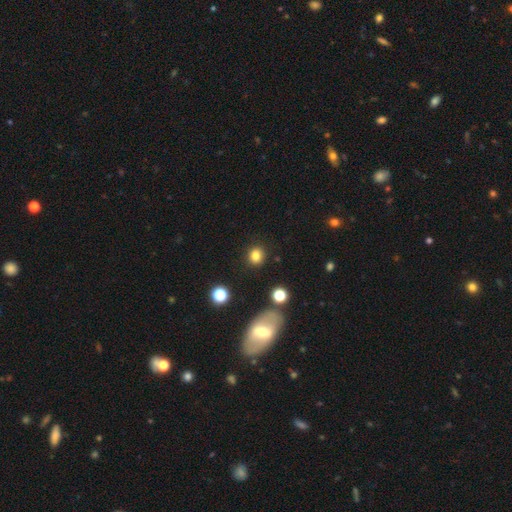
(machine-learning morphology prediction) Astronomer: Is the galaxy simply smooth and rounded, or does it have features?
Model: smooth — 81%.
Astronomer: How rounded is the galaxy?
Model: round — 82%.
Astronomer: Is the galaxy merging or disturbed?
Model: none — 89%.